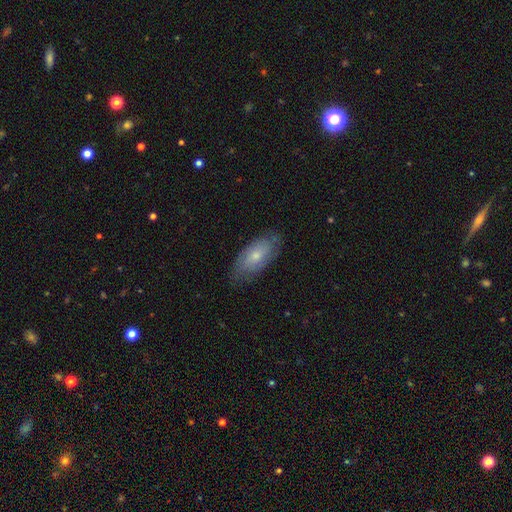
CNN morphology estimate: This is possibly a smooth galaxy (57%). How rounded: clearly in between (88%). Merging: likely none (74%).